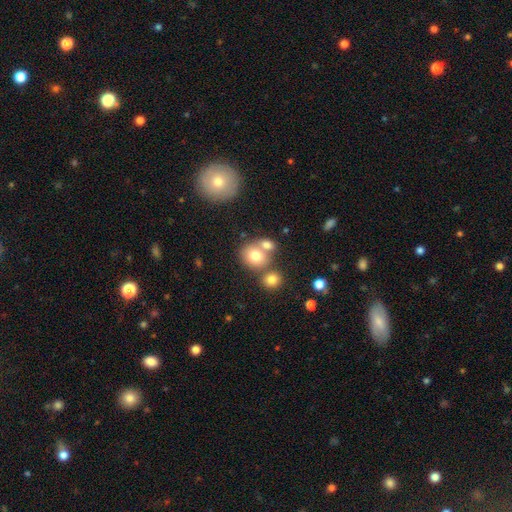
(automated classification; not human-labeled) smooth 76%, featured or disk 14%, star or artifact 10%. Down the decision tree: how rounded — round (69%); merging — none (43%, tied with merger).